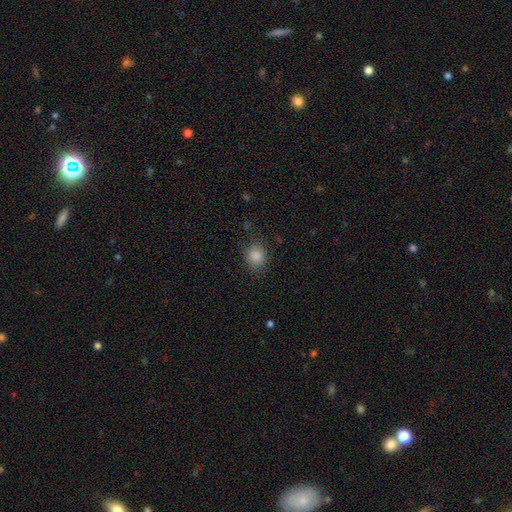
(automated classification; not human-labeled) Smooth or featured? Predicted: smooth (p=0.84). How rounded? Predicted: round (p=0.73). Merging? Predicted: none (p=0.85).